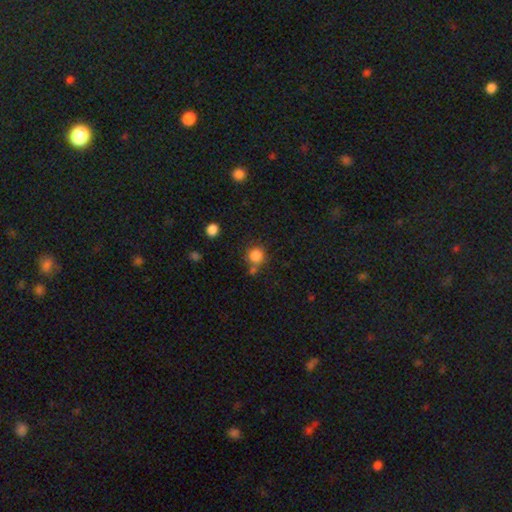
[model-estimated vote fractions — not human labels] This appears to be a smooth galaxy with no disk features (84%) that is round (91%). Merging: none (68%).